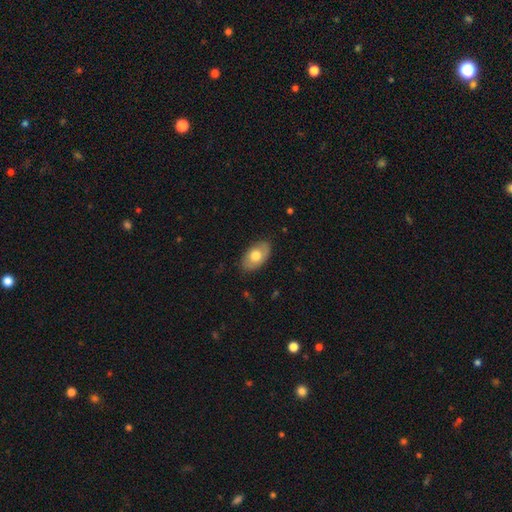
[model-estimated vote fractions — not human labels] Smooth or featured? Predicted: smooth (p=0.68). How rounded? Predicted: in between (p=0.92). Merging? Predicted: none (p=0.84).